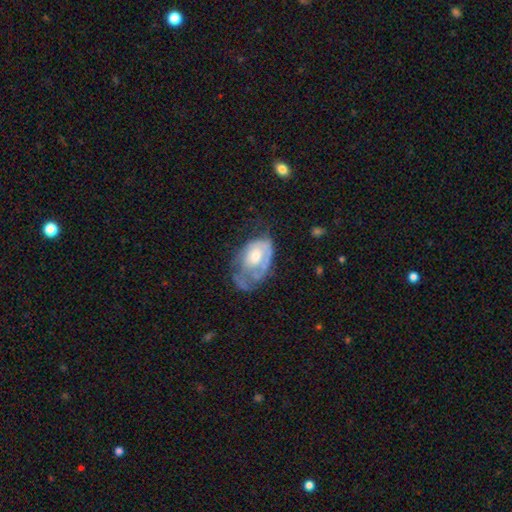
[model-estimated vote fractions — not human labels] Q: Smooth or featured?
A: featured or disk (58%); runner-up: smooth (35%)
Q: Edge-on disk?
A: no (95%); runner-up: yes (5%)
Q: Bar?
A: no (81%); runner-up: weak (17%)
Q: Spiral arms?
A: no (51%); runner-up: yes (49%)
Q: Bulge size?
A: moderate (55%); runner-up: small (33%)
Q: Merging?
A: major disturbance (37%); runner-up: minor disturbance (30%)